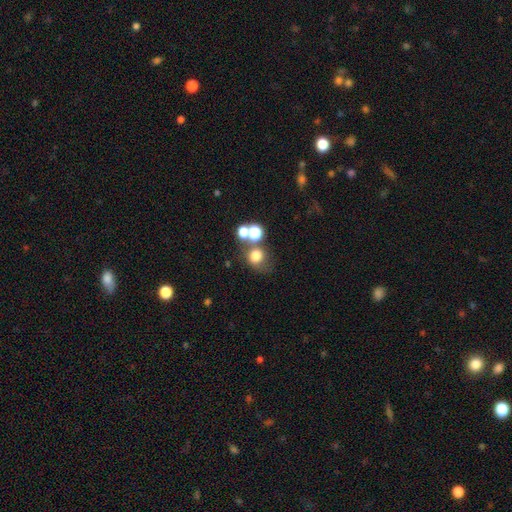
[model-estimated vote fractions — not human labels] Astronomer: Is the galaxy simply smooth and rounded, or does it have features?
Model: smooth — 73%.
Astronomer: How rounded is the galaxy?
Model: round — 81%.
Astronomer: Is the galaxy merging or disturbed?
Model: none — 49% (runner-up: merger, 30%).